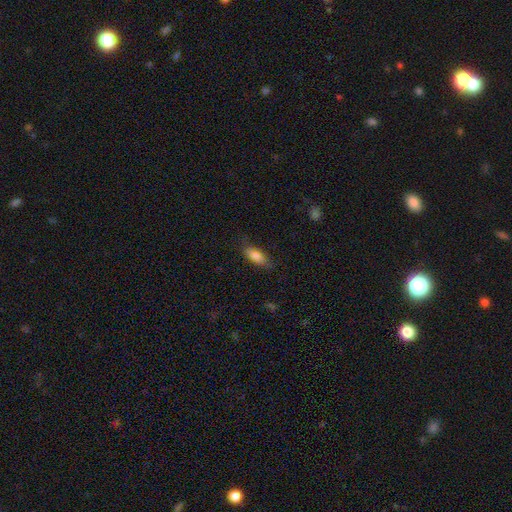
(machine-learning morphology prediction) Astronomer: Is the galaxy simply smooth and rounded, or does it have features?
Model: smooth — 81%.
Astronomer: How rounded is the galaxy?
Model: in between — 77%.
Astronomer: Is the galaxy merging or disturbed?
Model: none — 78%.